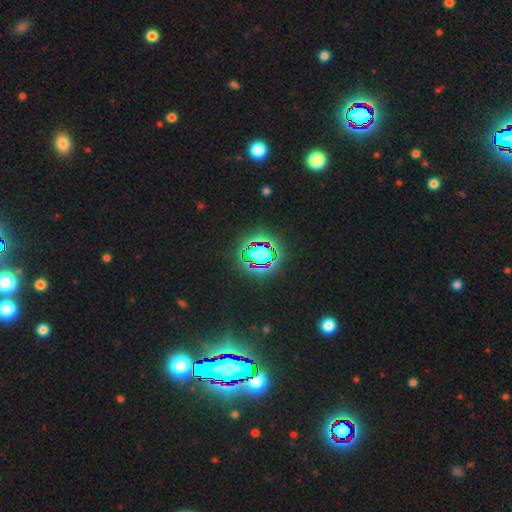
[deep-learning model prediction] A star or artifact, not a galaxy (84%).